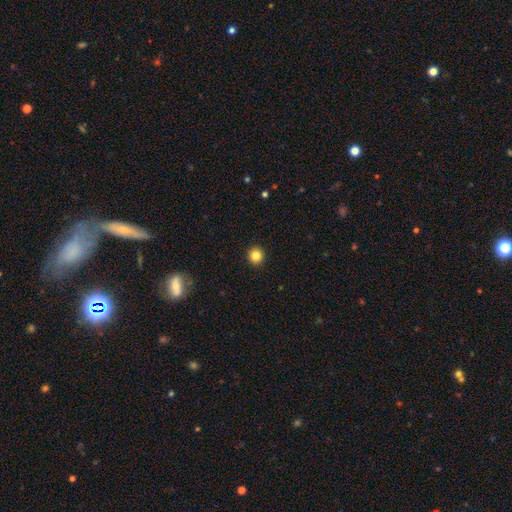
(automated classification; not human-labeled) This is clearly a smooth galaxy (83%). How rounded: clearly round (94%). Merging: clearly none (93%).